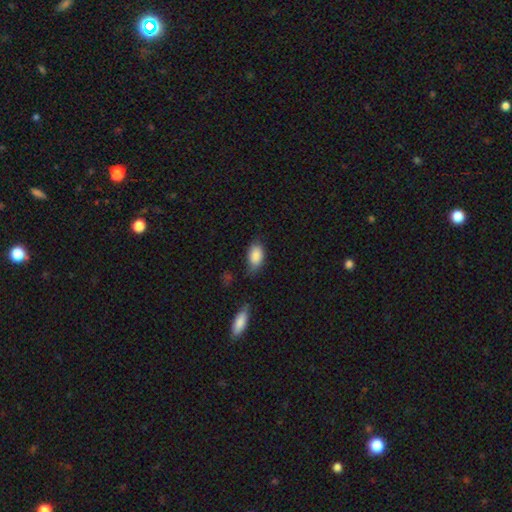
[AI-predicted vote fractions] smooth 87%, star or artifact 7%, featured or disk 6%. Down the decision tree: how rounded — in between (92%); merging — none (61%).